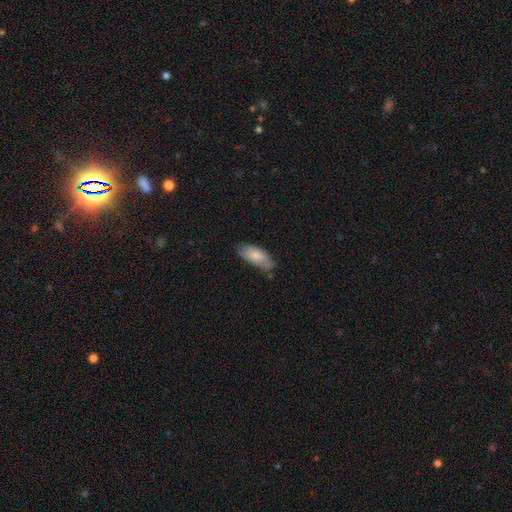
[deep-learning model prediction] smooth 80%, featured or disk 14%, star or artifact 6%. Down the decision tree: how rounded — in between (86%); merging — none (63%).